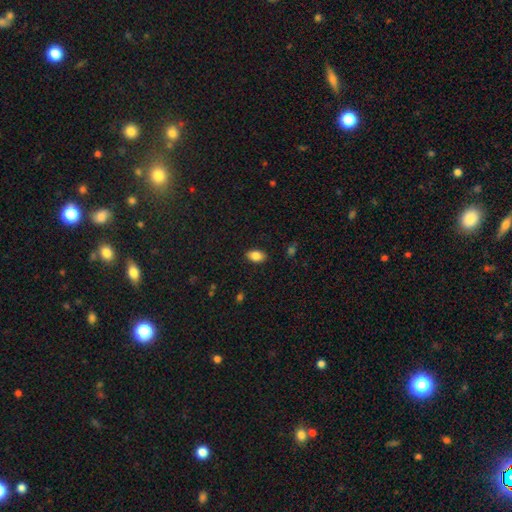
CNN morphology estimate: type=smooth (85%); roundness=in between (91%); merging=none (88%).